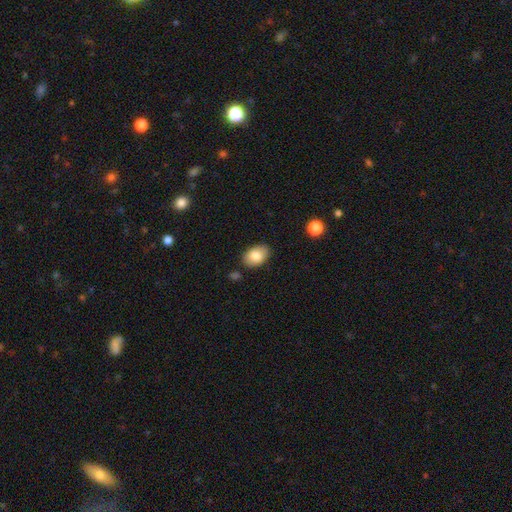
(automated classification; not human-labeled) smooth 84%, featured or disk 9%, star or artifact 7%. Down the decision tree: how rounded — in between (87%); merging — none (83%).